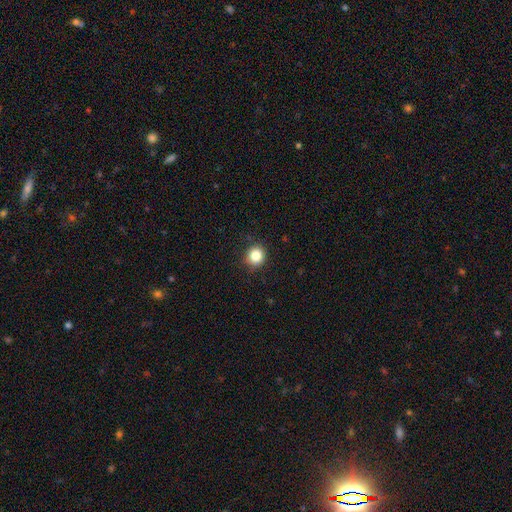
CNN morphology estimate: Smooth or featured? Predicted: smooth (p=0.84). How rounded? Predicted: round (p=0.87). Merging? Predicted: none (p=0.88).